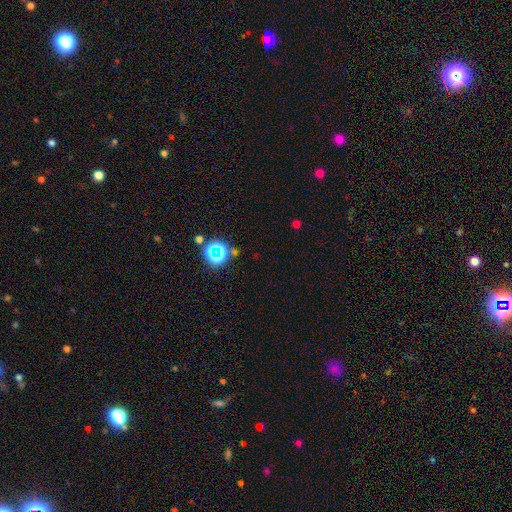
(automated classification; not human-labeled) smooth-or-featured: star or artifact: 59% | smooth: 32% | featured or disk: 9%